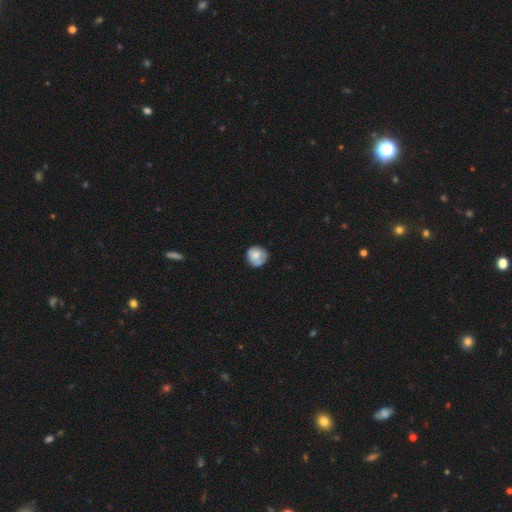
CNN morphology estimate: This appears to be a smooth galaxy with no disk features (72%) that is round (87%). Merging: none (67%).